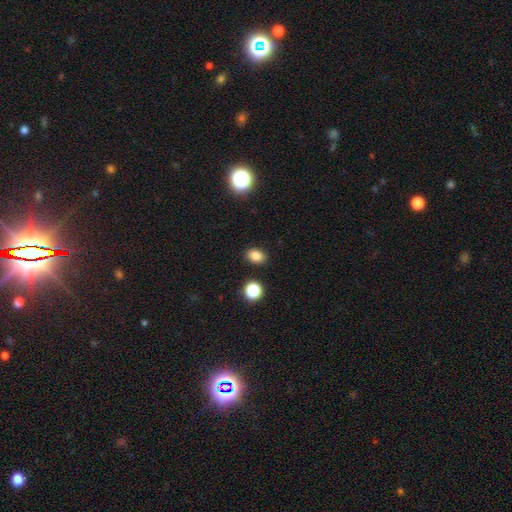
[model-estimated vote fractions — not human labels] smooth-or-featured: smooth: 82% | star or artifact: 13% | featured or disk: 4%
  how-rounded: in between: 69% | round: 30% | cigar-shaped: 1%
  merging: none: 87% | minor disturbance: 8% | major disturbance: 2% | merger: 2%